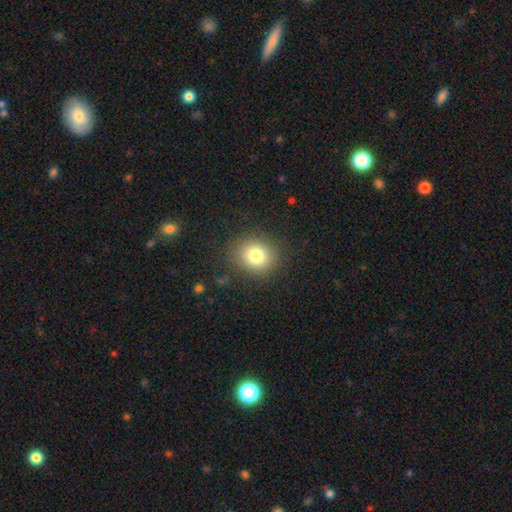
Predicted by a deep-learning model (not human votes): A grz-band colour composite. It shows a smooth galaxy with no disk features (79%) that is round (76%). Merging: none (86%).